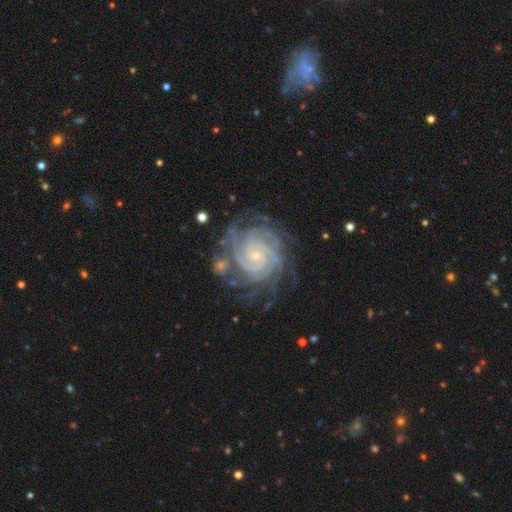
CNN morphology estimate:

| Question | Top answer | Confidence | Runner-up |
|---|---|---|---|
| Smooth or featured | featured or disk | 90% | star or artifact (6%) |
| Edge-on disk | no | 98% | yes (2%) |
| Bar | no | 63% | weak (27%) |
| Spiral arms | yes | 99% | no (1%) |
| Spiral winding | tight | 83% | medium (15%) |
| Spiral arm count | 4 | 30% | more than 4 (18%) |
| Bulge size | small | 83% | moderate (11%) |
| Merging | none | 74% | minor disturbance (15%) |